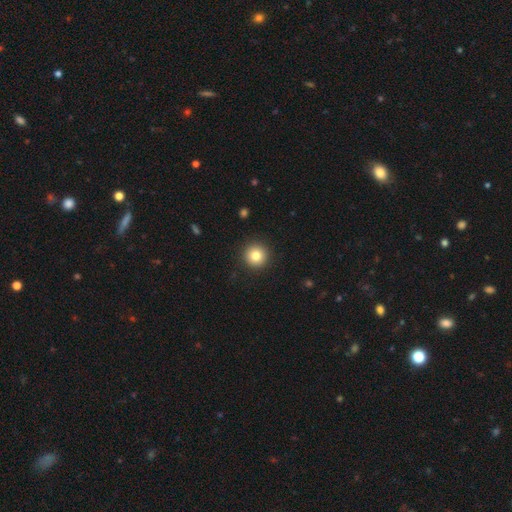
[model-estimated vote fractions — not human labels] The model was most divided on "smooth or featured": smooth: 81%, star or artifact: 11%, featured or disk: 8%. More confident: how rounded — round (96%); merging — none (92%).